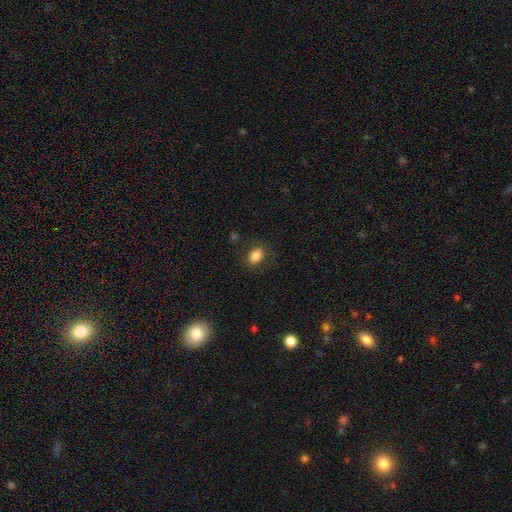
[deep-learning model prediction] Smooth or featured?
  - smooth: 83% *
  - star or artifact: 9%
  - featured or disk: 8%
How rounded?
  - in between: 80% *
  - round: 19%
  - cigar-shaped: 1%
Merging?
  - none: 83% *
  - minor disturbance: 11%
  - major disturbance: 4%
  - merger: 1%